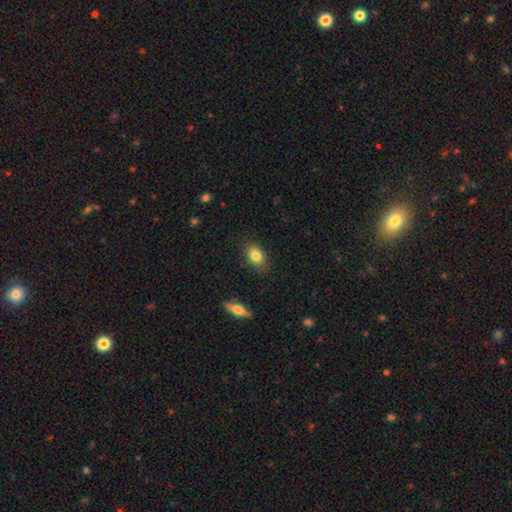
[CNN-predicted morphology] Overall: smooth (80%). How rounded: in between (82%). Merging: none (85%).